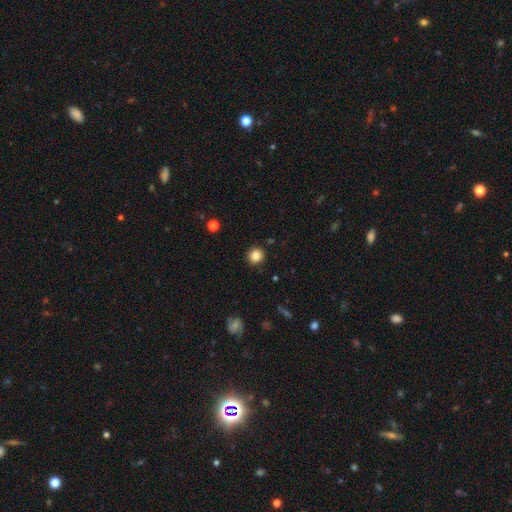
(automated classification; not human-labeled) smooth_or_featured: smooth (p=0.85) [alt: star or artifact p=0.11]
how_rounded: round (p=0.88) [alt: in between p=0.11]
merging: none (p=0.89) [alt: minor disturbance p=0.07]